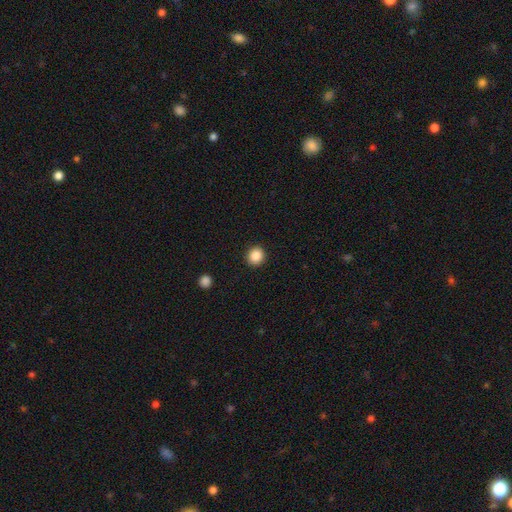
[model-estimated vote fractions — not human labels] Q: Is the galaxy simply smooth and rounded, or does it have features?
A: smooth — 87%.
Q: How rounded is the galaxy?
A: round — 89%.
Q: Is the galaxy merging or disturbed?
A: none — 92%.